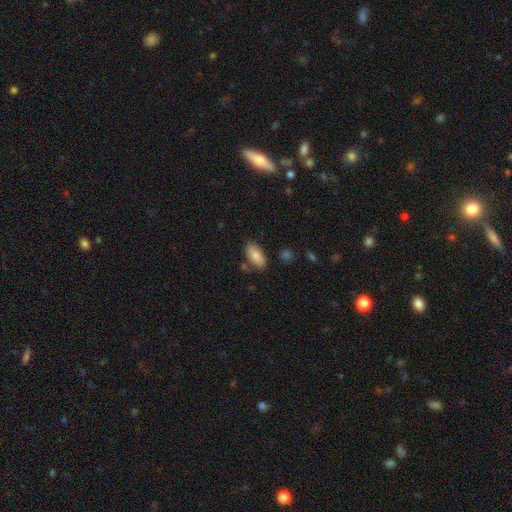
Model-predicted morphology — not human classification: A smooth galaxy with no disk features (83%) that is in between round and cigar-shaped (89%).

Vote fractions:
- Smooth or featured? smooth: 83% / featured or disk: 10% / star or artifact: 7%
- How rounded? in between: 89% / cigar-shaped: 9% / round: 2%
- Merging? none: 76% / minor disturbance: 15% / merger: 5% / major disturbance: 3%